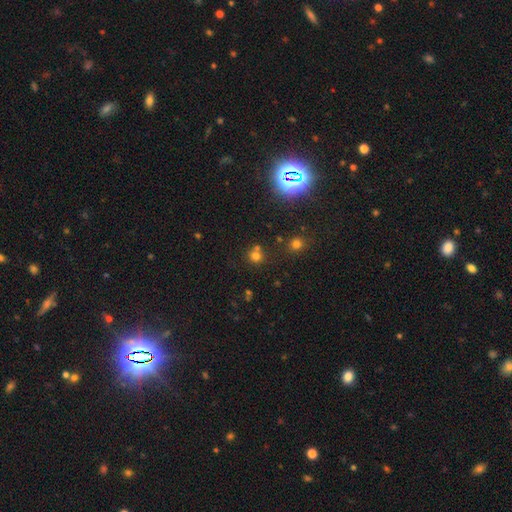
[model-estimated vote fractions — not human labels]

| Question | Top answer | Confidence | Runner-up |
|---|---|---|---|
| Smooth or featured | smooth | 66% | star or artifact (25%) |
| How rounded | round | 87% | in between (12%) |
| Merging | none | 61% | merger (26%) |